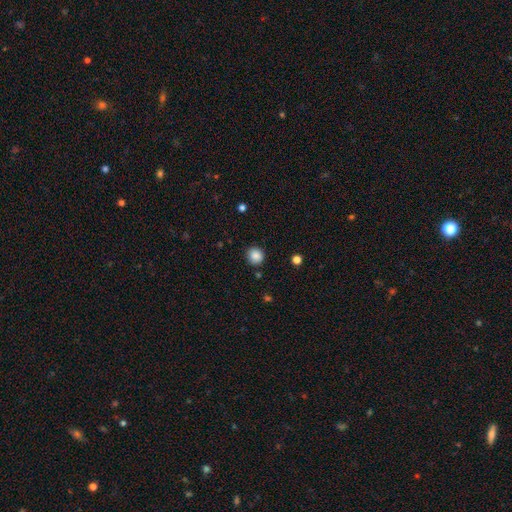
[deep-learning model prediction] Smooth or featured: smooth — 87% (star or artifact — 10%)
How rounded: round — 91% (in between — 8%)
Merging: none — 88% (minor disturbance — 8%)